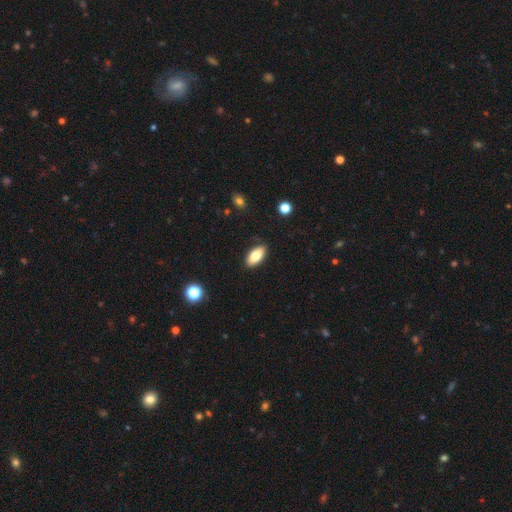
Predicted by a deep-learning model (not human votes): This is likely a smooth galaxy (78%). How rounded: clearly in between (89%). Merging: clearly none (86%).